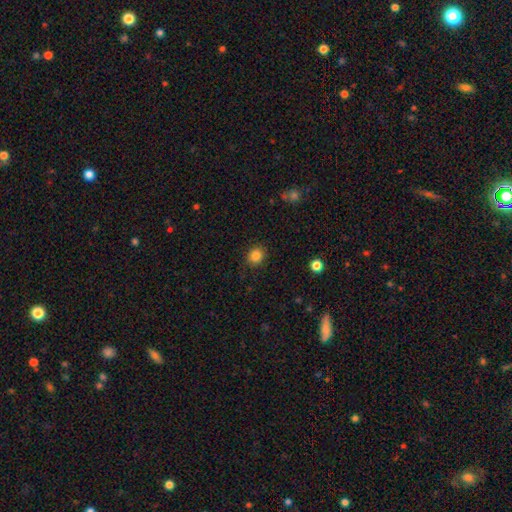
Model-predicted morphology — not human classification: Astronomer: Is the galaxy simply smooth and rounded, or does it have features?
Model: smooth — 84%.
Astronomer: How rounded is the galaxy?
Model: round — 75%.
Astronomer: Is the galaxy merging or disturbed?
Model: none — 88%.